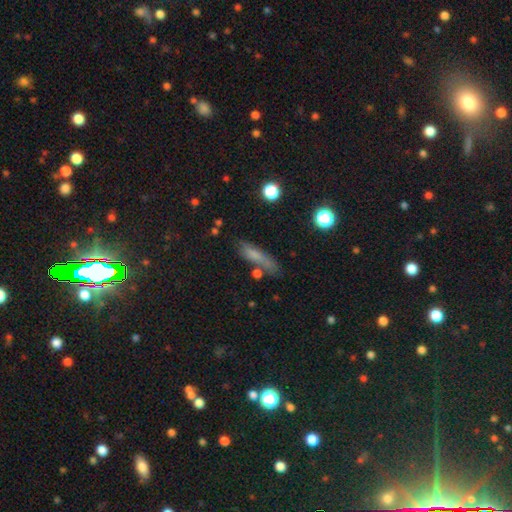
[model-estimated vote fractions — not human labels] Overall: smooth (67%). How rounded: cigar-shaped (70%). Merging: none (63%).